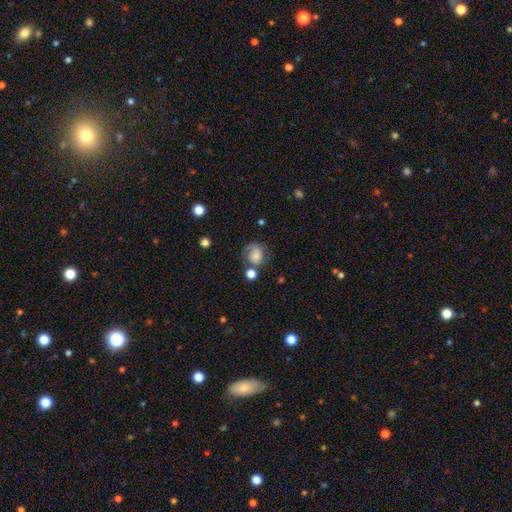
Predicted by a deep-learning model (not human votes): A featured or disk galaxy (46%).

Vote fractions:
- Smooth or featured? featured or disk: 46% / smooth: 43% / star or artifact: 11%
- Merging? none: 46% / minor disturbance: 22% / major disturbance: 22% / merger: 10%